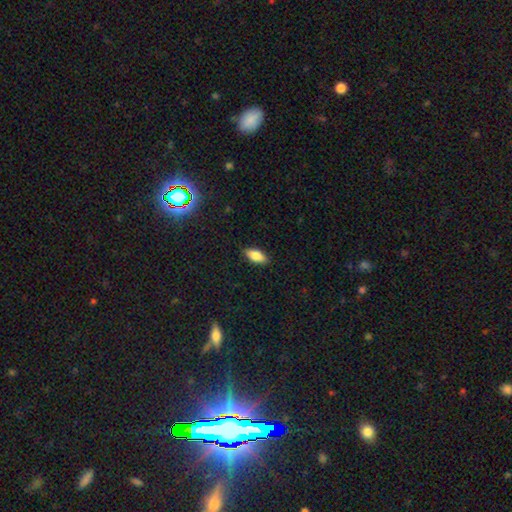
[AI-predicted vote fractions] Smooth or featured? Predicted: smooth (p=0.81). How rounded? Predicted: in between (p=0.85). Merging? Predicted: none (p=0.87).